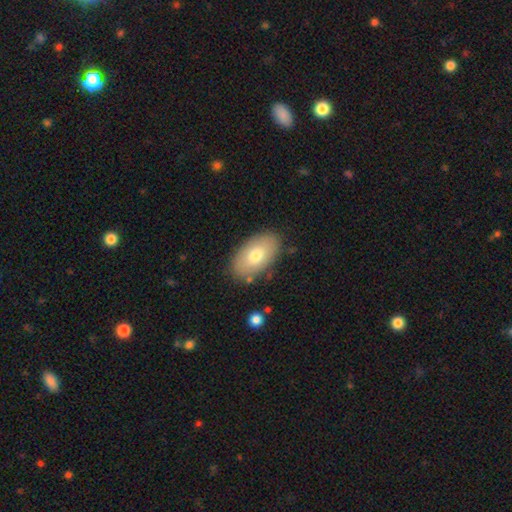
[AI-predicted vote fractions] smooth-or-featured: smooth: 73% | featured or disk: 21% | star or artifact: 7%
  how-rounded: in between: 94% | round: 4% | cigar-shaped: 2%
  merging: none: 82% | minor disturbance: 12% | major disturbance: 3% | merger: 2%